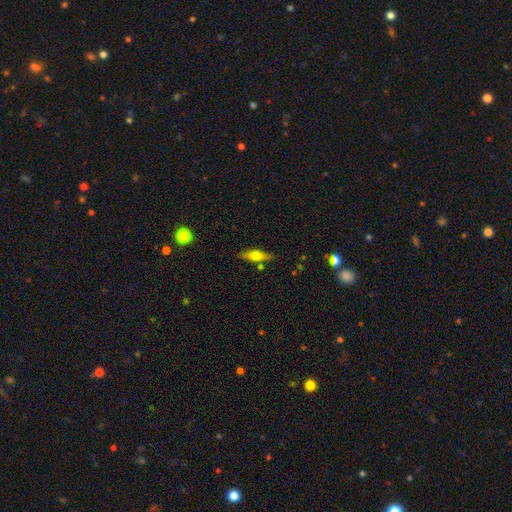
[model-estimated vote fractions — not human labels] Smooth or featured? smooth (47%)
Merging? none (80%)